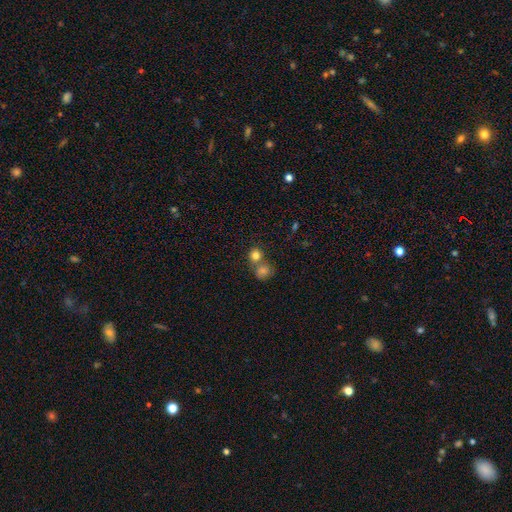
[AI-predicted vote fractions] Q: Smooth or featured?
A: smooth (80%); runner-up: star or artifact (12%)
Q: How rounded?
A: round (86%); runner-up: in between (13%)
Q: Merging?
A: none (48%); runner-up: merger (41%)